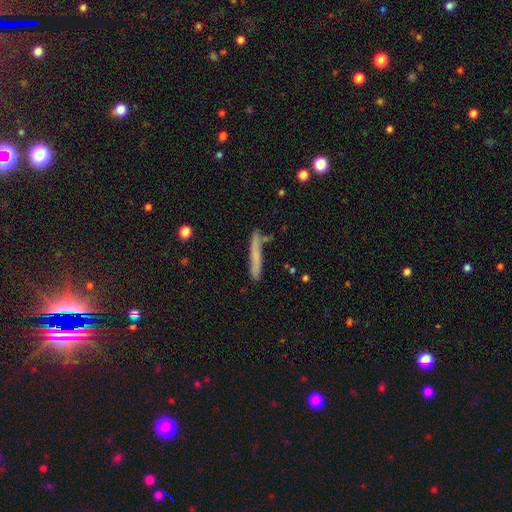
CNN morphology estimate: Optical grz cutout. It shows a smooth galaxy with no disk features (59%) that is cigar-shaped (95%). Merging: none (76%).